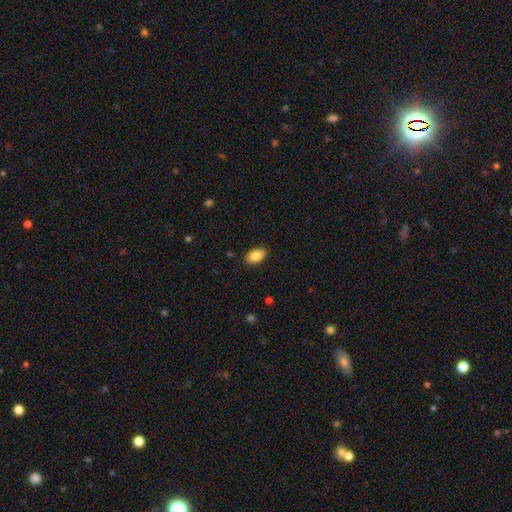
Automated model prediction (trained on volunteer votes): smooth-or-featured: smooth: 85% | featured or disk: 7% | star or artifact: 7%
  how-rounded: in between: 92% | round: 6% | cigar-shaped: 2%
  merging: none: 87% | minor disturbance: 10% | major disturbance: 2% | merger: 1%